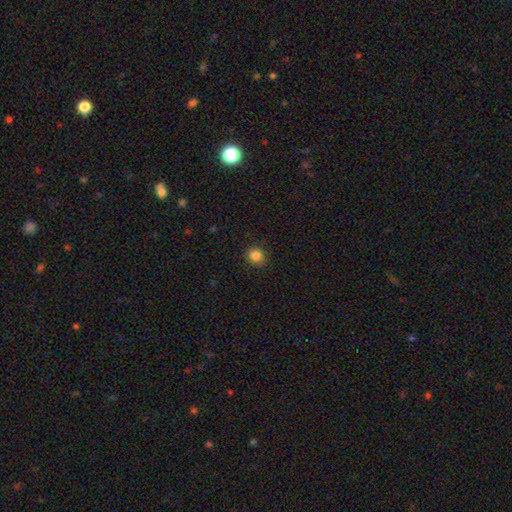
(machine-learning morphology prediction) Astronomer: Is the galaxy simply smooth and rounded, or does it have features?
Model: smooth — 85%.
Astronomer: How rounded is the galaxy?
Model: round — 85%.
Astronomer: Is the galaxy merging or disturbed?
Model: none — 88%.